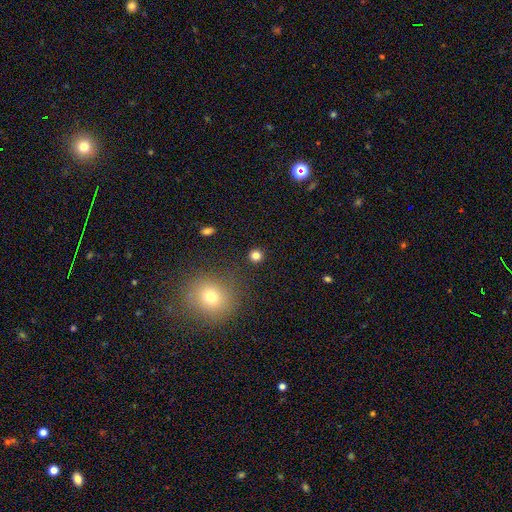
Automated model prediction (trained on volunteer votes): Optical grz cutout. It shows a smooth galaxy with no disk features (81%) that is round (91%). Merging: none (90%).